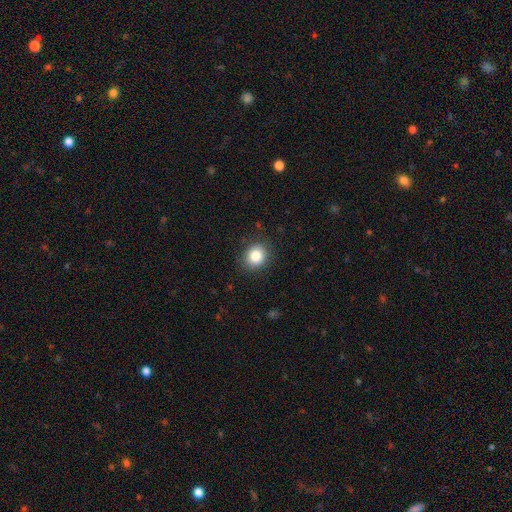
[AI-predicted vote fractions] smooth-or-featured: smooth: 84% | star or artifact: 10% | featured or disk: 6%
  how-rounded: round: 74% | in between: 25% | cigar-shaped: 1%
  merging: none: 87% | minor disturbance: 9% | major disturbance: 3% | merger: 1%